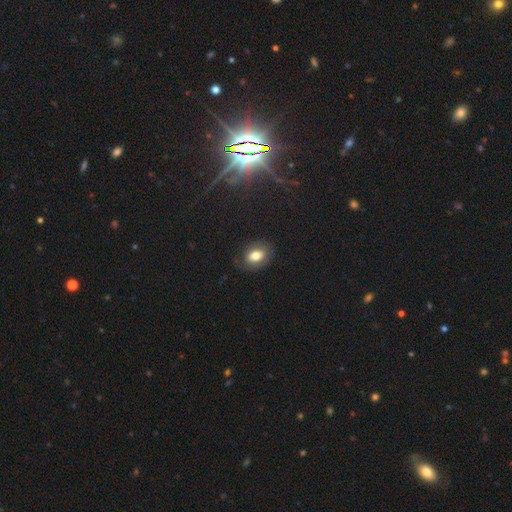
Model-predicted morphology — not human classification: Q: Smooth or featured?
A: smooth (72%); runner-up: featured or disk (19%)
Q: How rounded?
A: in between (79%); runner-up: round (19%)
Q: Merging?
A: none (76%); runner-up: minor disturbance (17%)